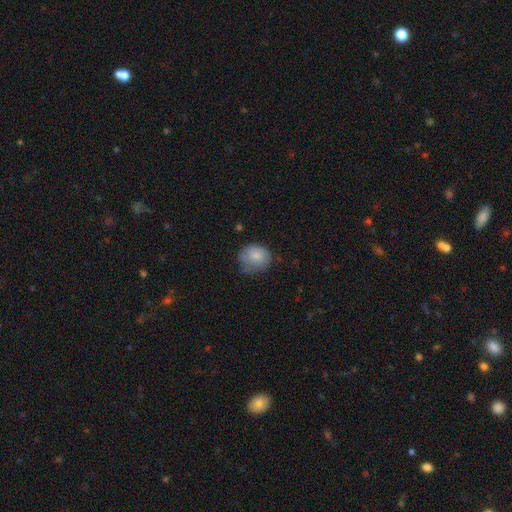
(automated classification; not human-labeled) This appears to be a smooth galaxy with no disk features (80%) that is round (74%). Merging: none (58%).